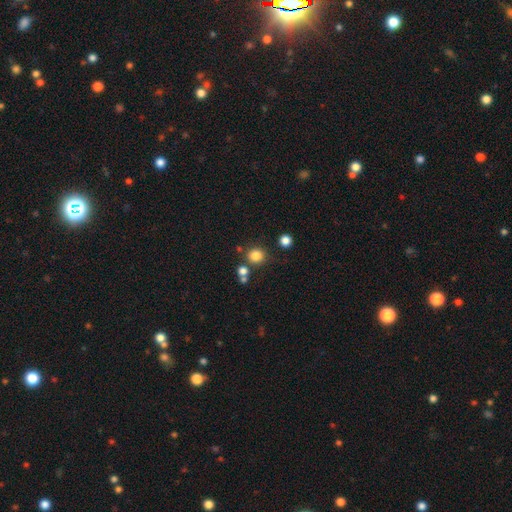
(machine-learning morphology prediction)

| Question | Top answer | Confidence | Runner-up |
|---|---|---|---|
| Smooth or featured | smooth | 82% | star or artifact (13%) |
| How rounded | round | 87% | in between (12%) |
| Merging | none | 76% | merger (11%) |